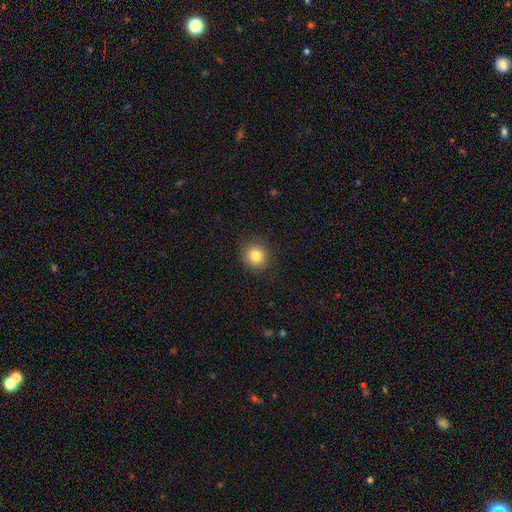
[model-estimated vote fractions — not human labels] This appears to be a smooth galaxy with no disk features (83%) that is round (82%). Merging: none (88%).